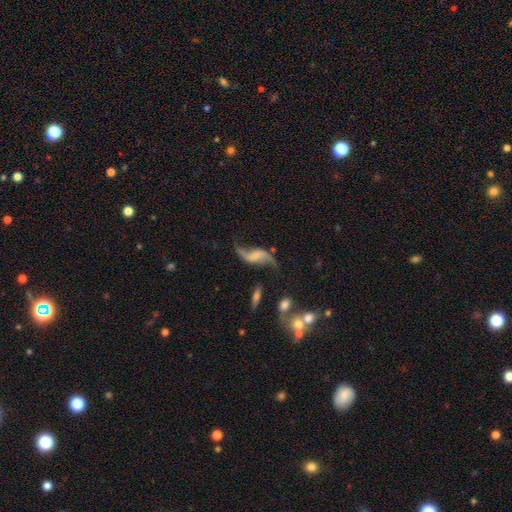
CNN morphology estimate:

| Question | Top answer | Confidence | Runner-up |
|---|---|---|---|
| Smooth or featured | featured or disk | 85% | smooth (9%) |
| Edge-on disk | no | 95% | yes (5%) |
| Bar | no | 41% | tied: weak (41%) |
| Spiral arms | yes | 94% | no (6%) |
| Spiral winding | loose | 92% | medium (6%) |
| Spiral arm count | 2 | 93% | 1 (2%) |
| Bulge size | none | 56% | small (22%) |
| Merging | none | 67% | minor disturbance (17%) |